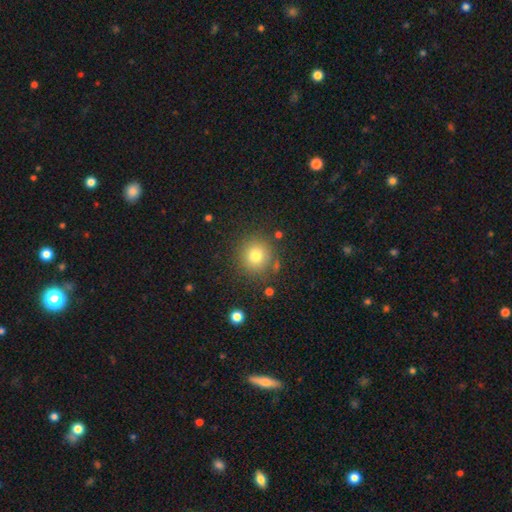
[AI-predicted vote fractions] Smooth or featured? Predicted: smooth (p=0.78). How rounded? Predicted: round (p=0.93). Merging? Predicted: none (p=0.84).